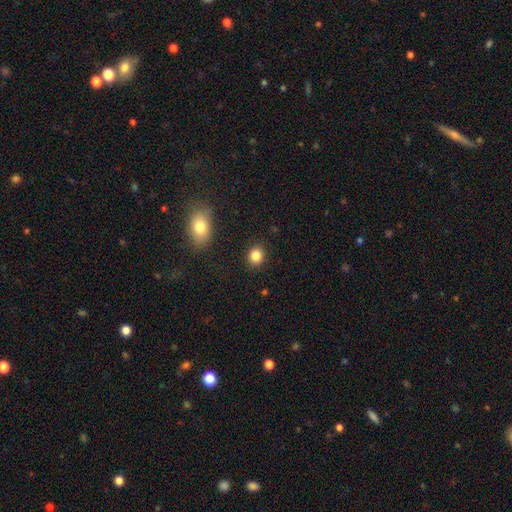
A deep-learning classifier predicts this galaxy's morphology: smooth_or_featured: smooth (p=0.85) [alt: star or artifact p=0.10]
how_rounded: round (p=0.73) [alt: in between p=0.26]
merging: none (p=0.89) [alt: minor disturbance p=0.07]